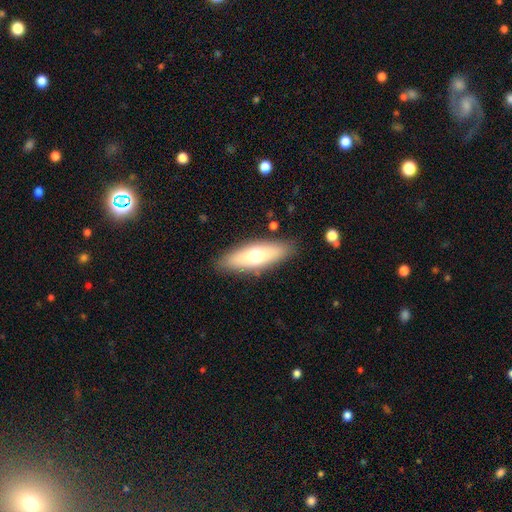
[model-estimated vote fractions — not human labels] Morphology: type=smooth (61%); roundness=in between (55%); merging=none (86%).